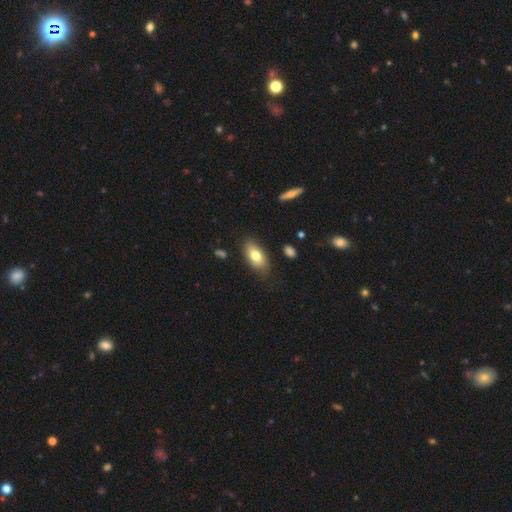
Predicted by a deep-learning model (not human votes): This is likely a smooth galaxy (75%). How rounded: clearly in between (89%). Merging: likely none (77%).